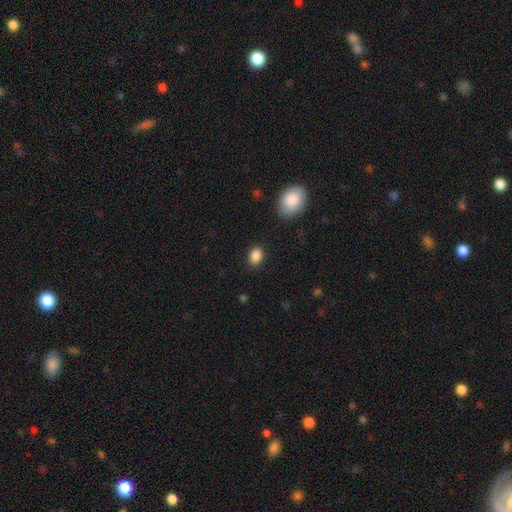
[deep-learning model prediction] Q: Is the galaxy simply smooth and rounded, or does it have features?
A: smooth — 88%.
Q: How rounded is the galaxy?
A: in between — 74%.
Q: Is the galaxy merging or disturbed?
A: none — 87%.